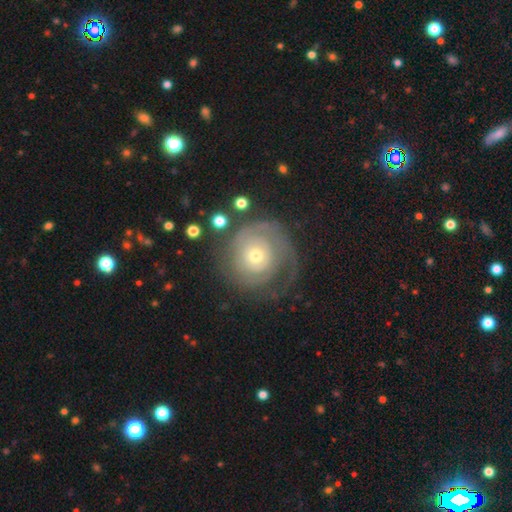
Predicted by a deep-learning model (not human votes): Overall: featured or disk (71%). Edge-on disk: no (97%). Bar: no (84%). Spiral arms: yes (80%). Spiral arm count: can't tell (40%; 2 29%). Spiral winding: tight (71%). Bulge size: moderate (53%; small 41%). Merging: none (62%).